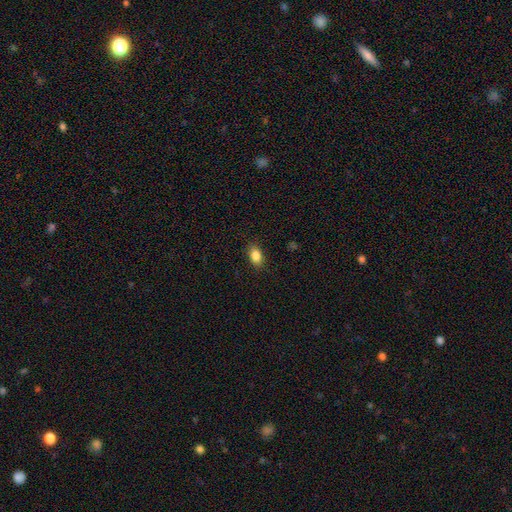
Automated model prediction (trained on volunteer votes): Smooth or featured: smooth — 86% (star or artifact — 9%)
How rounded: in between — 84% (round — 14%)
Merging: none — 87% (minor disturbance — 9%)